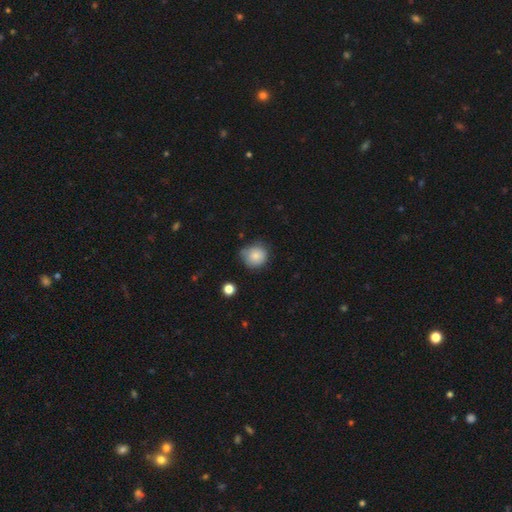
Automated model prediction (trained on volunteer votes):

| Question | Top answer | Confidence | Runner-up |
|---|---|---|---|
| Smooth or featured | smooth | 82% | star or artifact (9%) |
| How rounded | round | 85% | in between (14%) |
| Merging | none | 61% | minor disturbance (31%) |